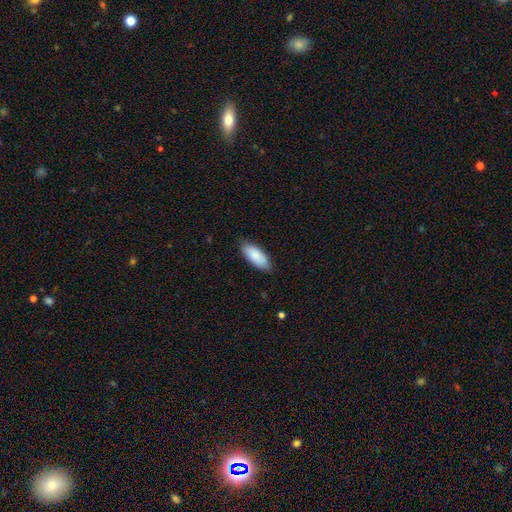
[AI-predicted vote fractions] A smooth galaxy with no disk features (87%) that is in between round and cigar-shaped (83%). Merging: none (83%).